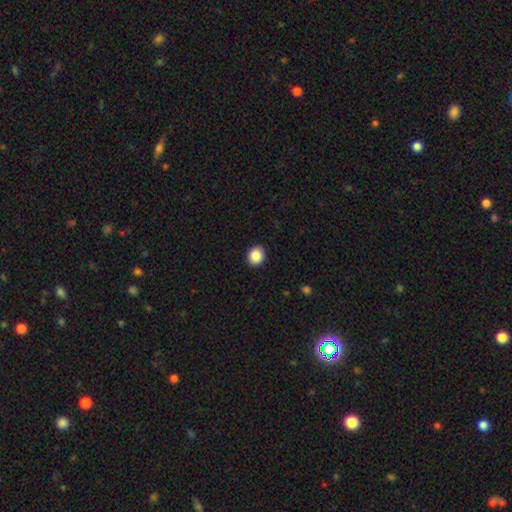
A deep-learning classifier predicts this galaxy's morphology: smooth 88%, star or artifact 9%, featured or disk 3%. Down the decision tree: how rounded — round (79%); merging — none (92%).